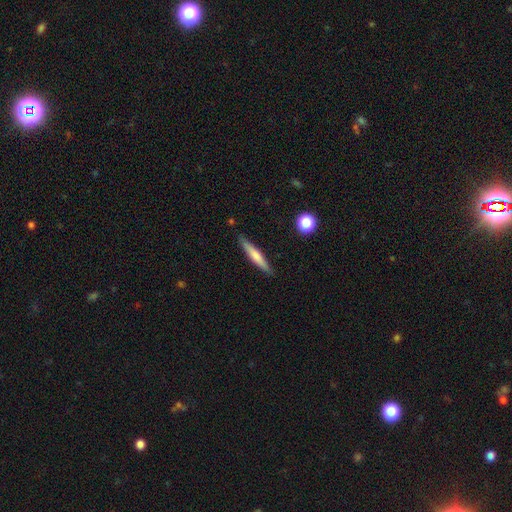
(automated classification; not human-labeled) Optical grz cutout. It shows a smooth galaxy with no disk features (58%) that is cigar-shaped (92%). Merging: none (88%).